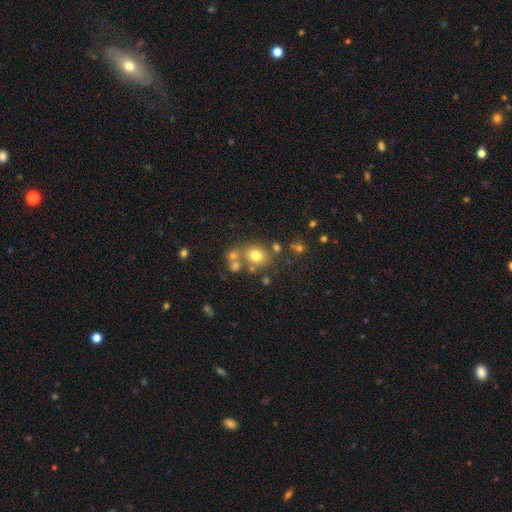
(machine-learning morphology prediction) smooth_or_featured: smooth (p=0.72) [alt: star or artifact p=0.16]
how_rounded: round (p=0.69) [alt: in between p=0.30]
merging: none (p=0.63) [alt: merger p=0.20]